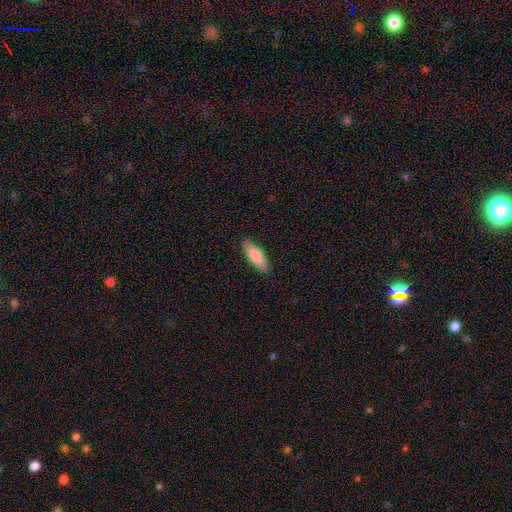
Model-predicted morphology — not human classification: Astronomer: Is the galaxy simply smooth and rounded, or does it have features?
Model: smooth — 84%.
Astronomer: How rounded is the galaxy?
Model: in between — 54% (runner-up: cigar-shaped, 45%).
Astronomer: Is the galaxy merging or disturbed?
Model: none — 88%.